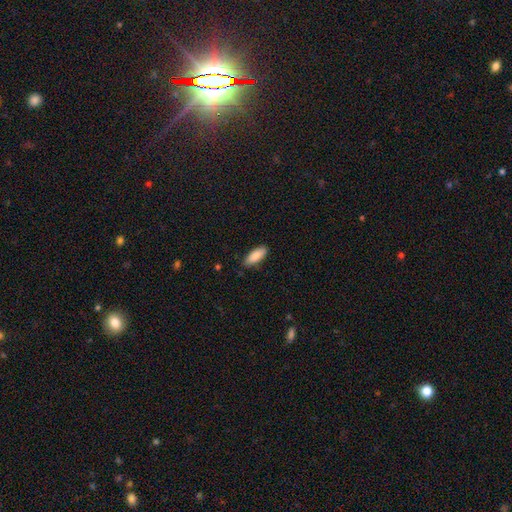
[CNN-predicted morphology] Smooth or featured? Predicted: smooth (p=0.87). How rounded? Predicted: in between (p=0.72). Merging? Predicted: none (p=0.85).